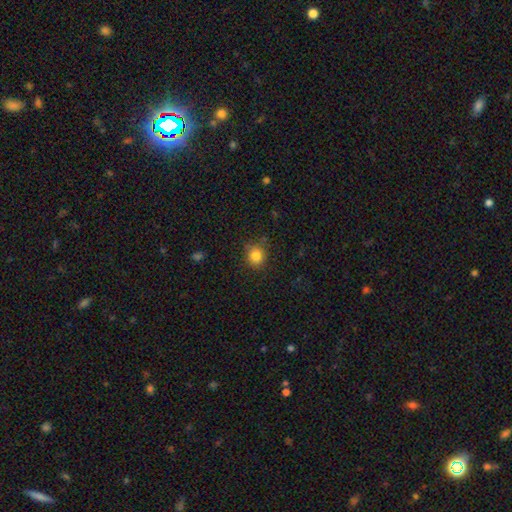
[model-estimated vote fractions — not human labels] smooth 82%, star or artifact 12%, featured or disk 6%. Down the decision tree: how rounded — round (86%); merging — none (82%).